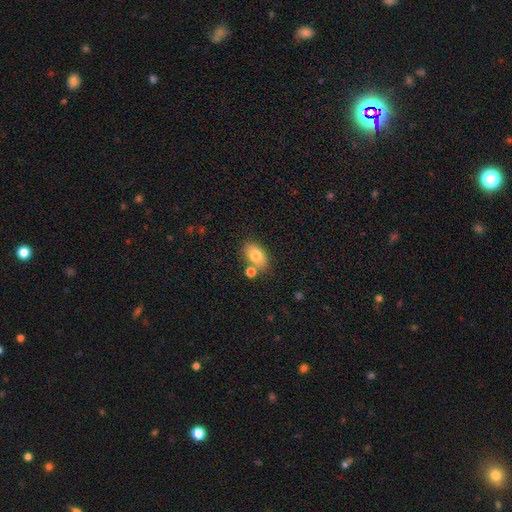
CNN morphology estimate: This is likely a smooth galaxy (79%). How rounded: clearly in between (88%). Merging: likely none (66%).